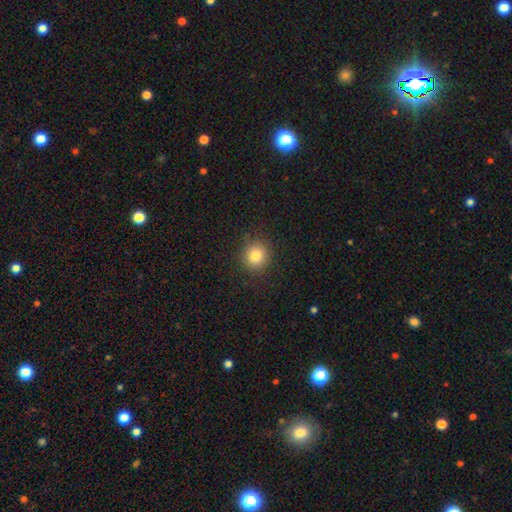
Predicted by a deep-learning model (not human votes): This is clearly a smooth galaxy (81%). How rounded: clearly round (91%). Merging: clearly none (89%).